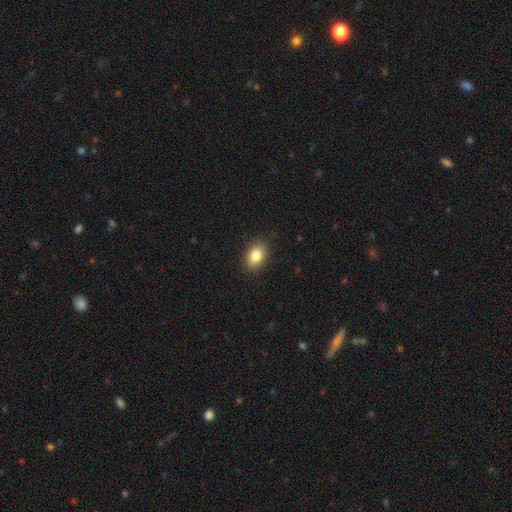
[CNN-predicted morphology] This is clearly a smooth galaxy (84%). How rounded: clearly in between (82%). Merging: clearly none (88%).